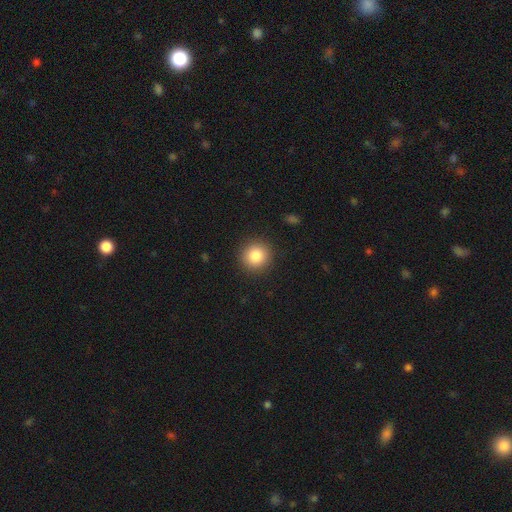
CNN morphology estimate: type=smooth (84%); roundness=round (93%); merging=none (91%).